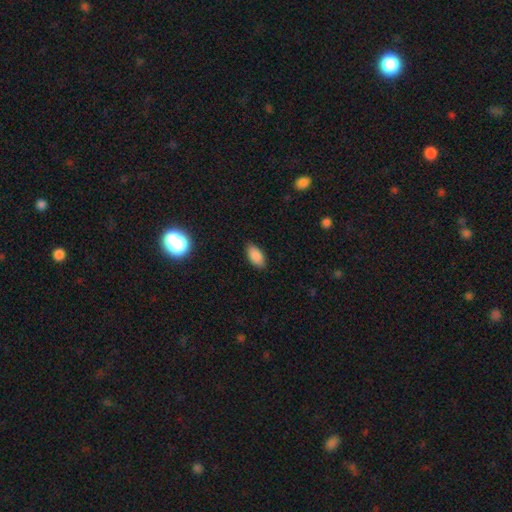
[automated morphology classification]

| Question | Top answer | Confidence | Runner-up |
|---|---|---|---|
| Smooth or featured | smooth | 87% | star or artifact (8%) |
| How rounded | in between | 92% | cigar-shaped (5%) |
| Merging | none | 86% | minor disturbance (10%) |